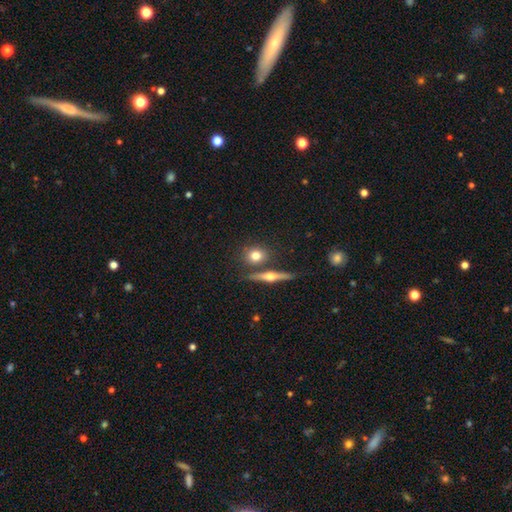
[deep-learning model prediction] Smooth or featured? smooth (70%)
How rounded? round (71%)
Merging? none (72%)